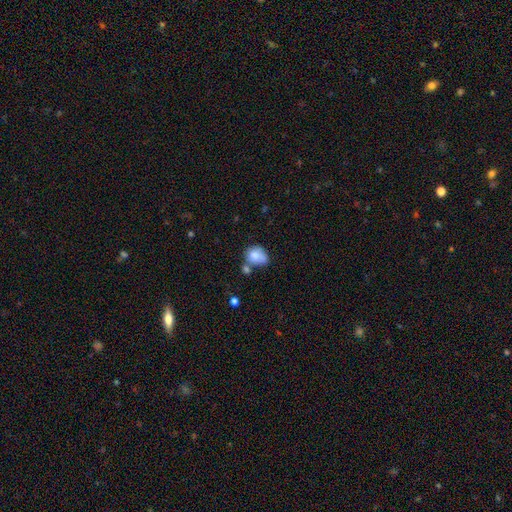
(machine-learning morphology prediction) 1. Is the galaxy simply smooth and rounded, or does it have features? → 78% smooth, 13% featured or disk, 9% star or artifact.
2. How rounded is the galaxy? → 55% in between, 44% round, 1% cigar-shaped.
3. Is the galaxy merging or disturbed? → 32% none, 31% merger, 24% minor disturbance, 13% major disturbance.